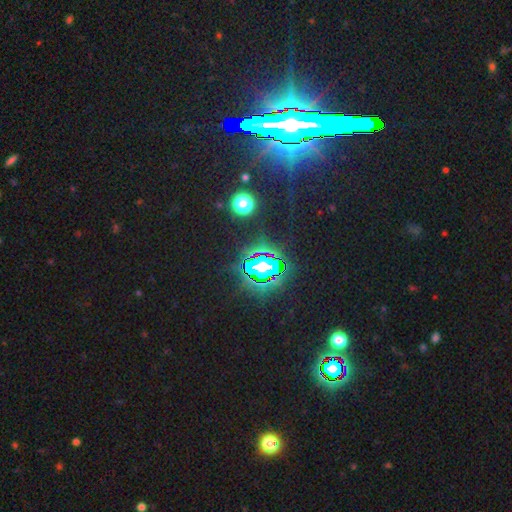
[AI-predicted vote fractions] Smooth or featured: star or artifact — 85% (smooth — 8%)